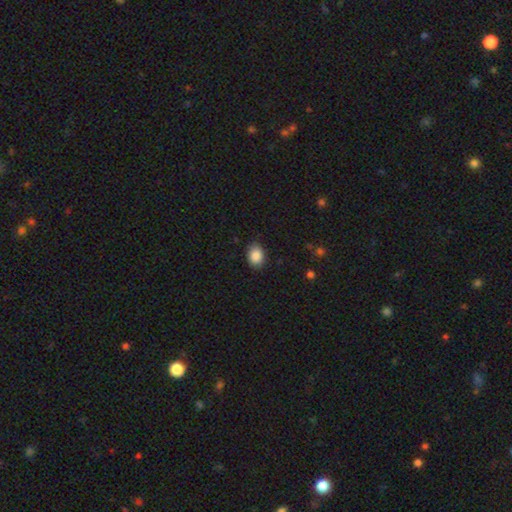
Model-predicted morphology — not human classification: The model was most divided on "how rounded": in between: 69%, round: 30%, cigar-shaped: 1%. More confident: smooth or featured — smooth (88%); merging — none (84%).